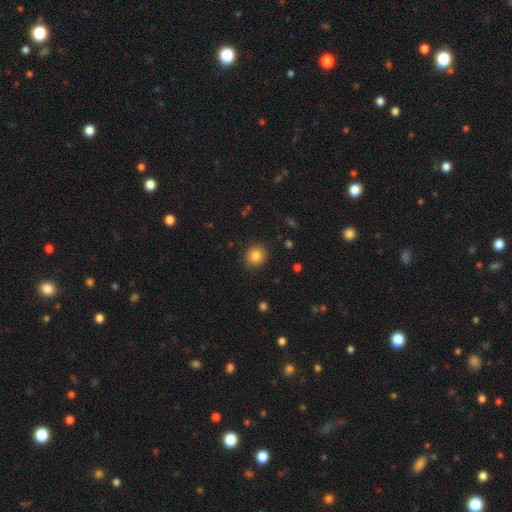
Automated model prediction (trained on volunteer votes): A smooth galaxy with no disk features (83%) that is round (81%). Merging: none (89%).